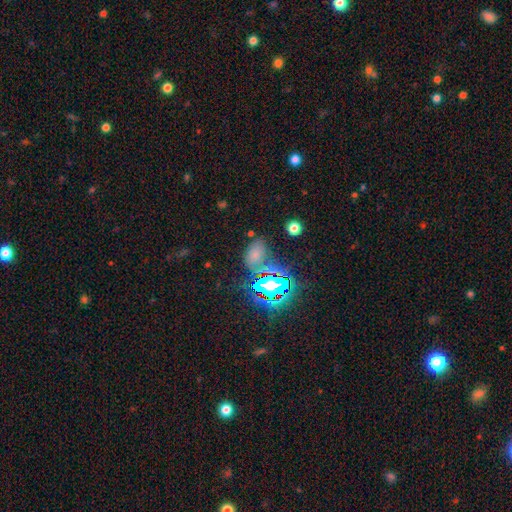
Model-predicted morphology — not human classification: A smooth galaxy with no disk features (50%) that is in between round and cigar-shaped (81%).

Vote fractions:
- Smooth or featured? smooth: 50% / star or artifact: 38% / featured or disk: 12%
- How rounded? in between: 81% / round: 17% / cigar-shaped: 2%
- Merging? none: 59% / minor disturbance: 20% / major disturbance: 11% / merger: 10%